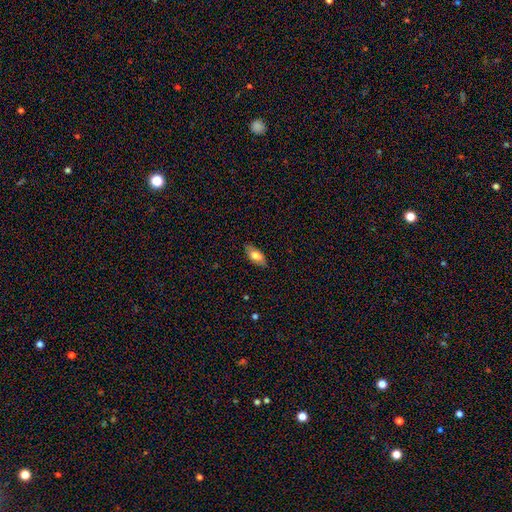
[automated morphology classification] Q: Smooth or featured?
A: smooth (73%); runner-up: featured or disk (20%)
Q: How rounded?
A: in between (88%); runner-up: cigar-shaped (10%)
Q: Merging?
A: none (81%); runner-up: minor disturbance (15%)